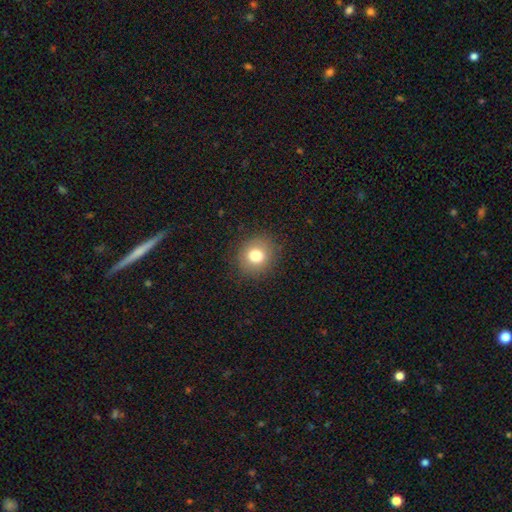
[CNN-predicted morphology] type=smooth (78%); roundness=round (83%); merging=none (87%).